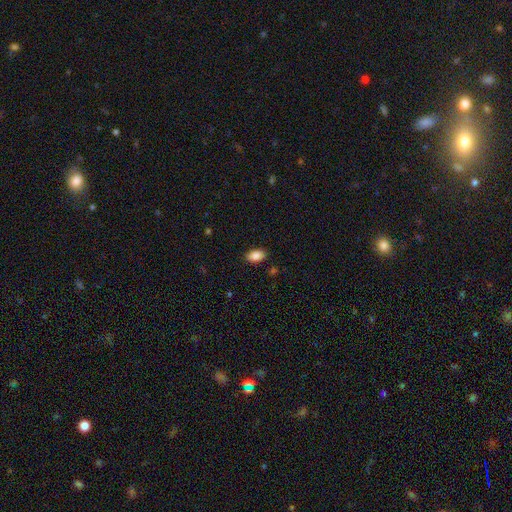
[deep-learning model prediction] Smooth or featured?
  - smooth: 88% *
  - star or artifact: 8%
  - featured or disk: 4%
How rounded?
  - in between: 93% *
  - round: 5%
  - cigar-shaped: 2%
Merging?
  - none: 88% *
  - minor disturbance: 9%
  - major disturbance: 2%
  - merger: 1%